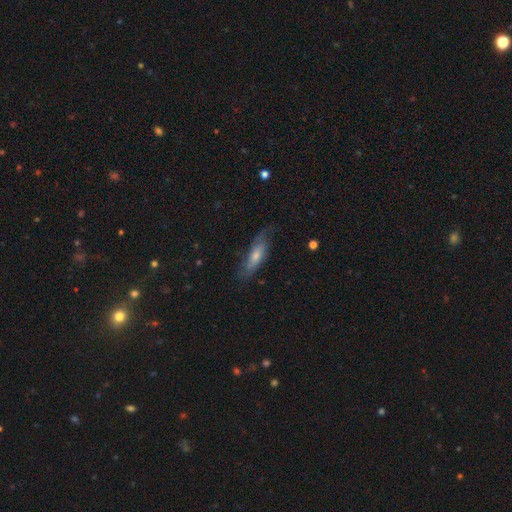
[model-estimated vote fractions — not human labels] smooth_or_featured: featured or disk (p=0.54) [alt: smooth p=0.38]
disk_edge_on: no (p=0.60) [alt: yes p=0.40]
merging: none (p=0.71) [alt: minor disturbance p=0.21]